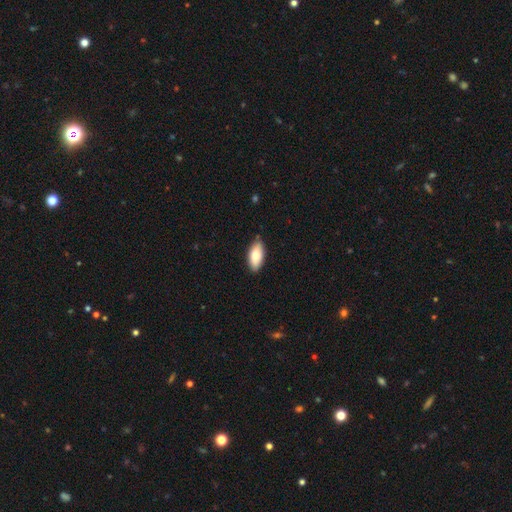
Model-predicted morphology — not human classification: This appears to be a smooth galaxy with no disk features (84%) that is in between round and cigar-shaped (90%). Merging: none (84%).